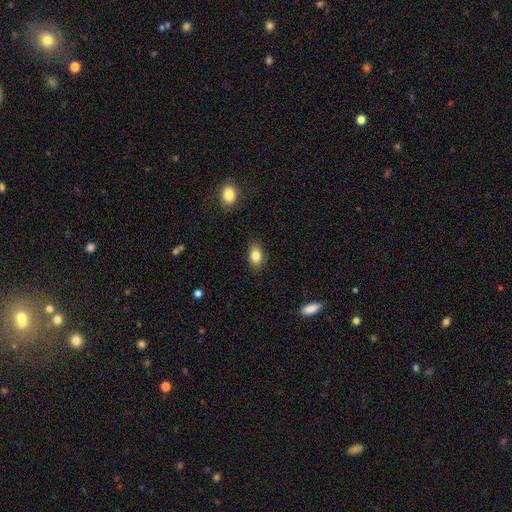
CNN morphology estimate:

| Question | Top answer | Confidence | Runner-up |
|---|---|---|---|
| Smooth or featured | smooth | 84% | star or artifact (8%) |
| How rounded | in between | 88% | round (8%) |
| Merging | none | 87% | minor disturbance (10%) |